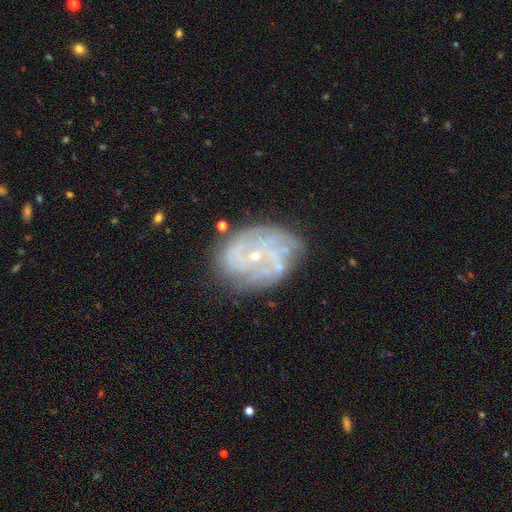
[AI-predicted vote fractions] The model was most divided on "spiral arm count": can't tell: 38%, 4: 17%, 3: 15%, 2: 13%, more than 4: 10%, 1: 6%. More confident: edge-on disk — no (97%); spiral arms — yes (87%); bulge size — small (79%); smooth or featured — featured or disk (79%); bar — no (73%); merging — none (69%); spiral winding — tight (57%).